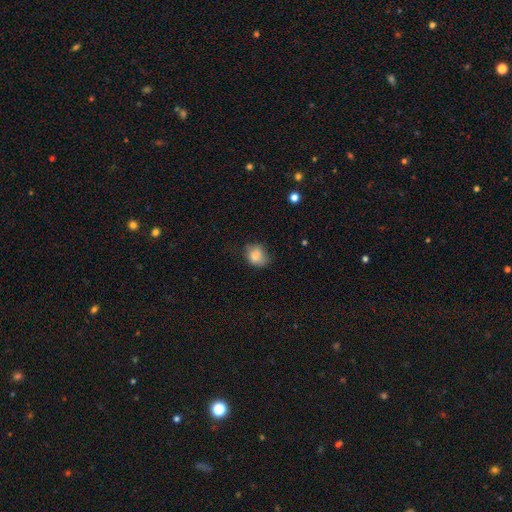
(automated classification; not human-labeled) Smooth or featured?
  - smooth: 83% *
  - star or artifact: 9%
  - featured or disk: 8%
How rounded?
  - round: 52% *
  - in between: 47%
  - cigar-shaped: 1%
Merging?
  - none: 60% *
  - minor disturbance: 30%
  - major disturbance: 9%
  - merger: 1%